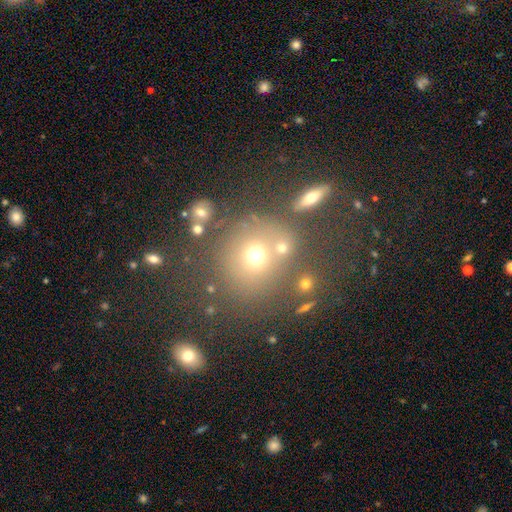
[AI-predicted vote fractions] smooth_or_featured: smooth (p=0.66) [alt: star or artifact p=0.20]
how_rounded: round (p=0.83) [alt: in between p=0.15]
merging: none (p=0.67) [alt: merger p=0.15]